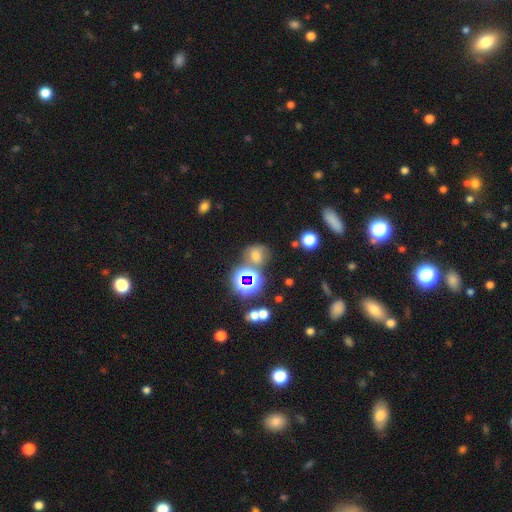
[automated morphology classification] A smooth galaxy with no disk features (50%) that is round (64%).

Vote fractions:
- Smooth or featured? smooth: 50% / star or artifact: 36% / featured or disk: 14%
- How rounded? round: 64% / in between: 35% / cigar-shaped: 1%
- Merging? none: 59% / minor disturbance: 17% / merger: 16% / major disturbance: 9%